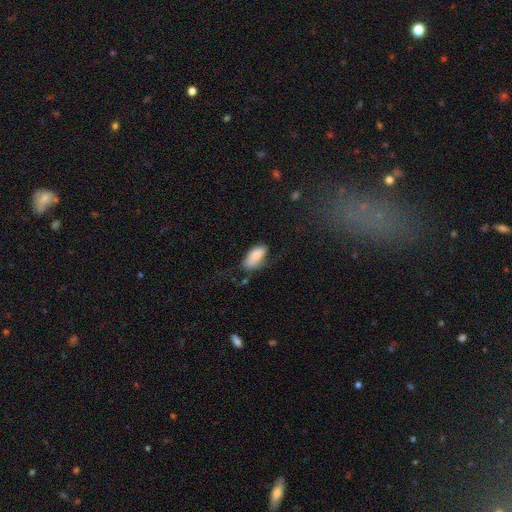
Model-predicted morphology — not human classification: type=smooth (80%); roundness=in between (90%); merging=none (56%).